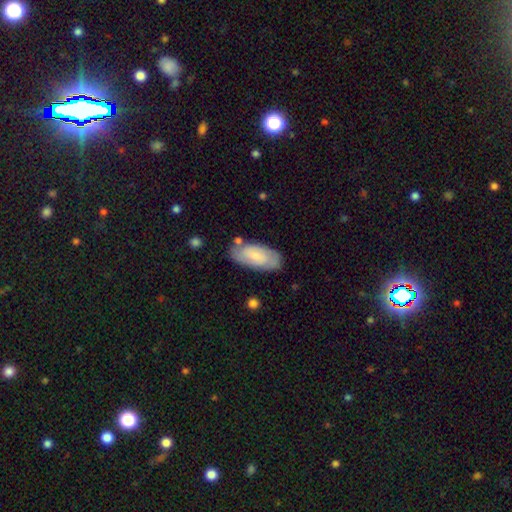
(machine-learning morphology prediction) Smooth or featured? smooth (63%)
How rounded? in between (88%)
Merging? none (75%)